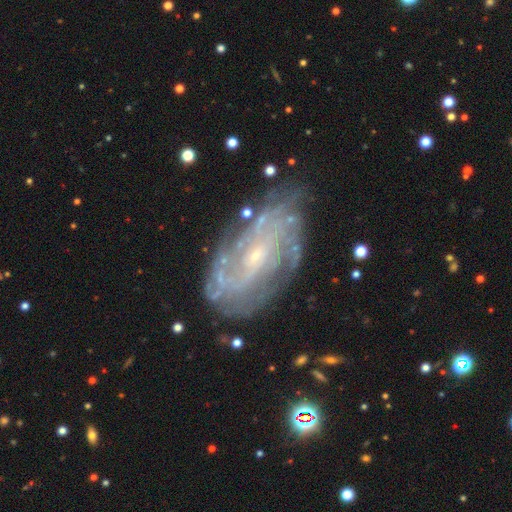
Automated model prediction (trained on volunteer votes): The model was most divided on "bar": no: 51%, weak: 37%, strong: 11%. Remaining: edge-on disk — no (95%); spiral arms — yes (94%); smooth or featured — featured or disk (85%); bulge size — small (77%); merging — none (75%); spiral winding — tight (65%); spiral arm count — can't tell (40%).